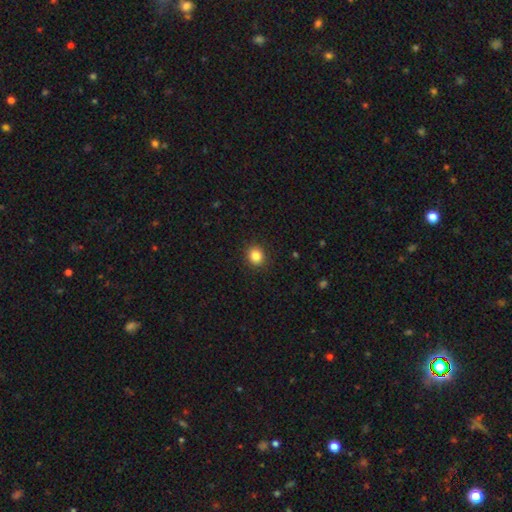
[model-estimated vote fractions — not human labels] Morphology: type=smooth (84%); roundness=round (83%); merging=none (91%).